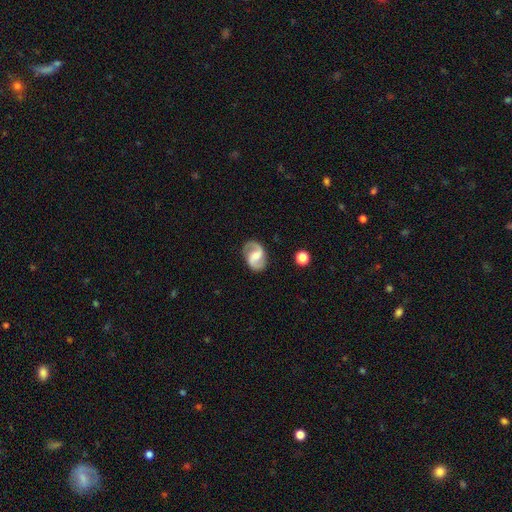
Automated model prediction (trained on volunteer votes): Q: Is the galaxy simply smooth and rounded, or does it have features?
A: featured or disk — 83%.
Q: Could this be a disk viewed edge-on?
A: no — 98%.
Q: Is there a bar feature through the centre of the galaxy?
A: weak — 49%.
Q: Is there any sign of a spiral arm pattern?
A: yes — 96%.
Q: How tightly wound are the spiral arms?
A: medium — 50%.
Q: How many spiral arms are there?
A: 2 — 92%.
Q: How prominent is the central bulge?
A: moderate — 46%.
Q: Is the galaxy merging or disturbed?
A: none — 83%.